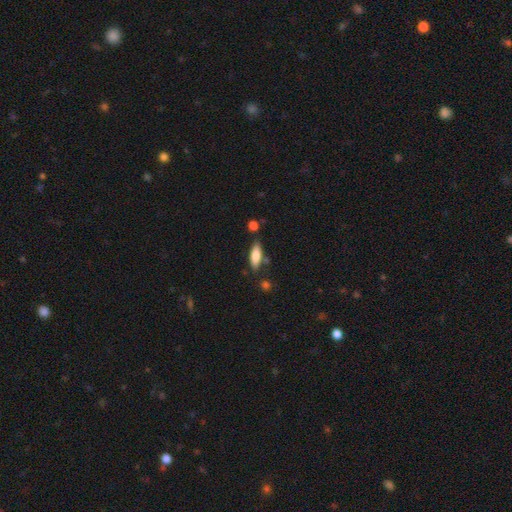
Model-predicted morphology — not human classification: Q: Smooth or featured?
A: smooth (77%); runner-up: featured or disk (16%)
Q: How rounded?
A: in between (58%); runner-up: cigar-shaped (40%)
Q: Merging?
A: none (75%); runner-up: minor disturbance (15%)